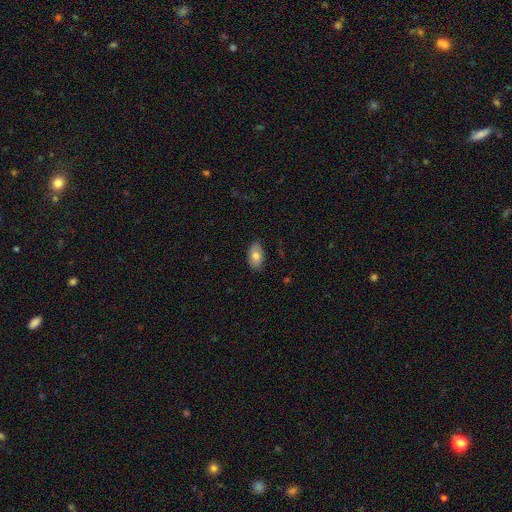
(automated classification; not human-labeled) This is likely a smooth galaxy (78%). How rounded: clearly in between (93%). Merging: clearly none (84%).